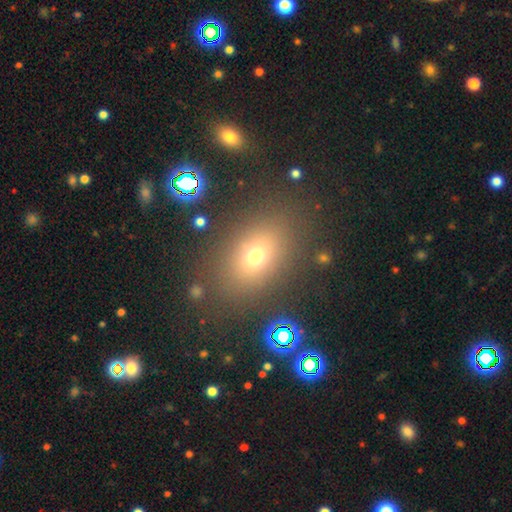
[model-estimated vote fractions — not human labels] smooth 63%, star or artifact 23%, featured or disk 14%. Down the decision tree: how rounded — in between (69%); merging — none (83%).